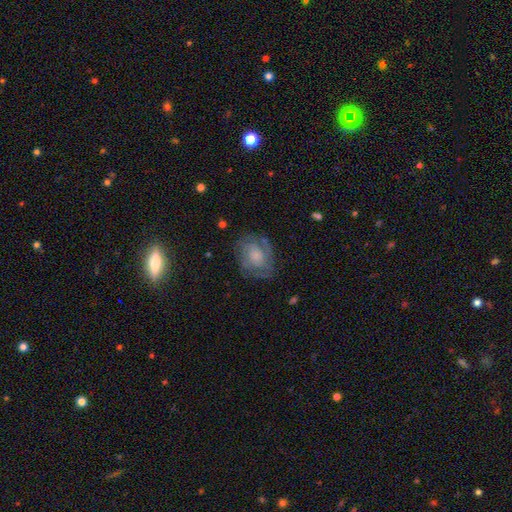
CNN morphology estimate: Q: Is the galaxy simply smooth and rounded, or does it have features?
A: featured or disk — 59%.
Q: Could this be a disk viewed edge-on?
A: no — 97%.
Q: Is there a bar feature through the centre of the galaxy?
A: no — 79%.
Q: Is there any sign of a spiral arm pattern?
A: yes — 75%.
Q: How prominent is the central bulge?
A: small — 34%.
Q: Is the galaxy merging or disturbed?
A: none — 66%.